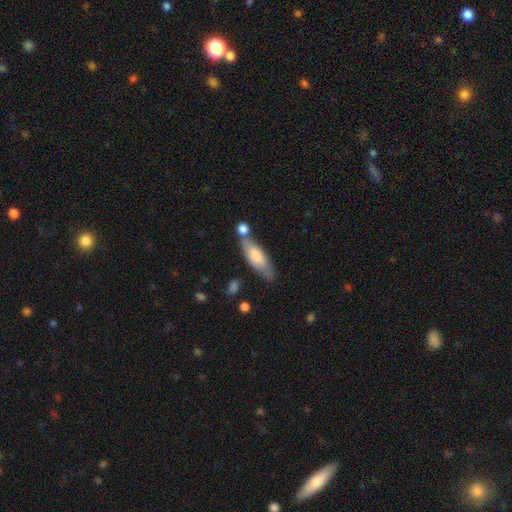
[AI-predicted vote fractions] Smooth or featured? Predicted: smooth (p=0.67). How rounded? Predicted: in between (p=0.53). Merging? Predicted: none (p=0.53).